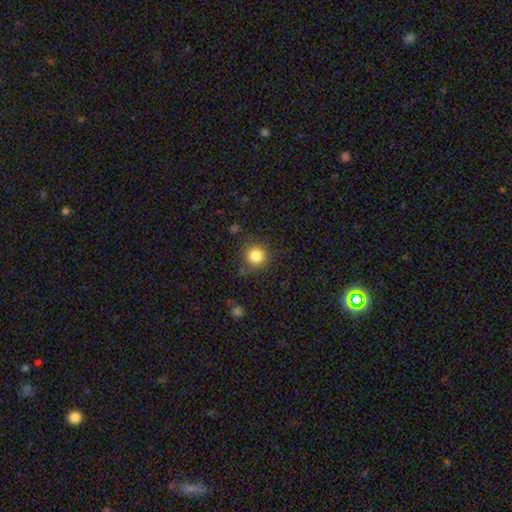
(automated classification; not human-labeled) Smooth or featured? smooth (83%)
How rounded? round (93%)
Merging? none (83%)